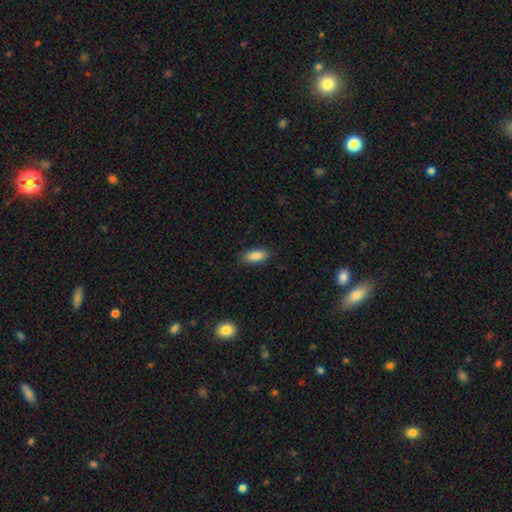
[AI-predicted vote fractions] Overall: smooth (86%). How rounded: in between (84%). Merging: none (86%).